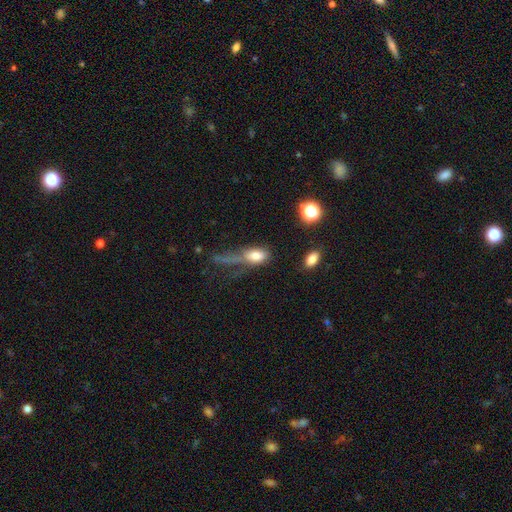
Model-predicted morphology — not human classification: smooth-or-featured: smooth: 75% | featured or disk: 14% | star or artifact: 11%
  how-rounded: in between: 85% | round: 10% | cigar-shaped: 6%
  merging: major disturbance: 36% | none: 30% | minor disturbance: 20% | merger: 14%